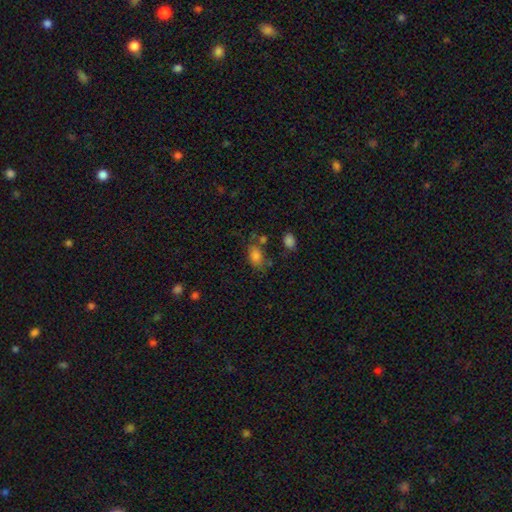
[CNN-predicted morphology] smooth 80%, star or artifact 11%, featured or disk 9%. Down the decision tree: how rounded — in between (81%); merging — none (53%).